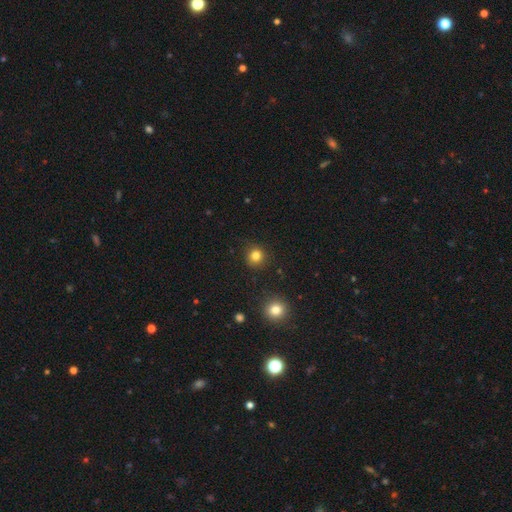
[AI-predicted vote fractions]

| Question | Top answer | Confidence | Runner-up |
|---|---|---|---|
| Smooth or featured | smooth | 82% | star or artifact (13%) |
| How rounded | round | 92% | in between (7%) |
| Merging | none | 89% | minor disturbance (7%) |